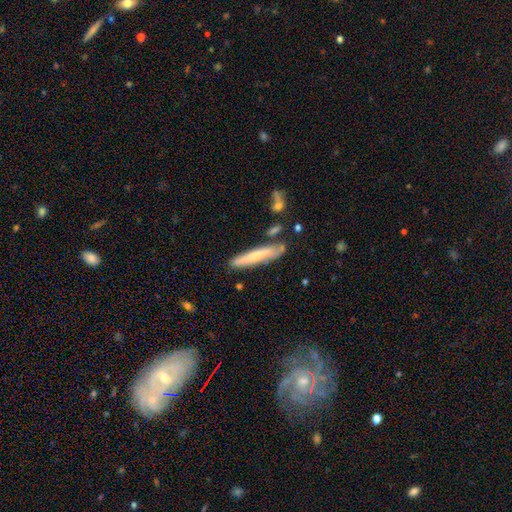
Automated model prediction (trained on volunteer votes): Overall: smooth (57%; featured or disk 37%). How rounded: cigar-shaped (92%). Merging: none (71%).